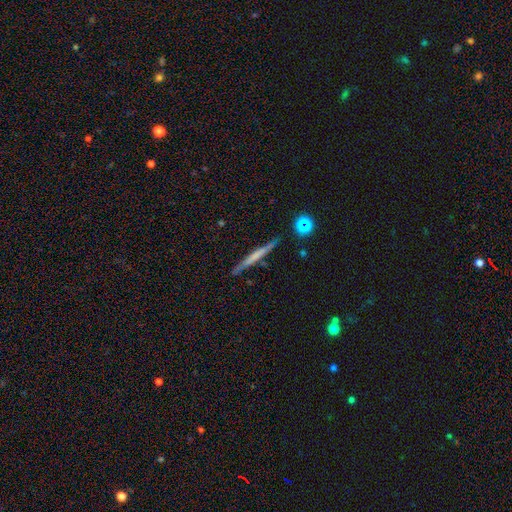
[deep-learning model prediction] Q: Smooth or featured?
A: featured or disk (48%); runner-up: smooth (45%)
Q: Merging?
A: none (85%); runner-up: minor disturbance (10%)